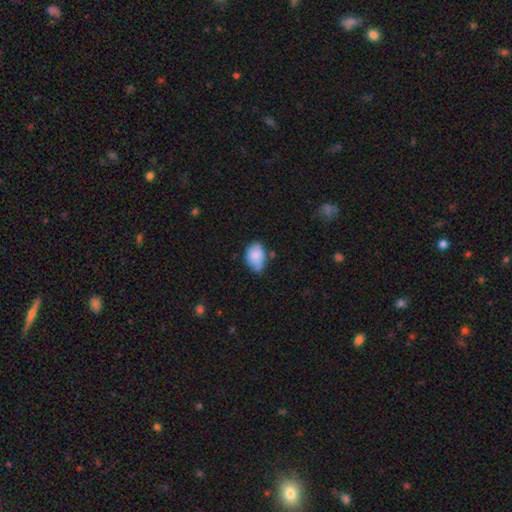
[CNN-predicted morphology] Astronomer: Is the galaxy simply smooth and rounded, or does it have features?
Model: smooth — 82%.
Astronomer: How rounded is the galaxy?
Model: in between — 81%.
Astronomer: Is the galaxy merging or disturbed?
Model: minor disturbance — 43% (runner-up: none, 42%).